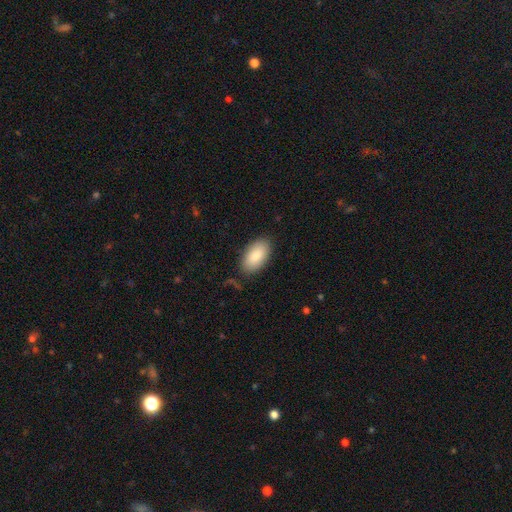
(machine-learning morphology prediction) Overall: smooth (86%). How rounded: in between (95%). Merging: none (83%).